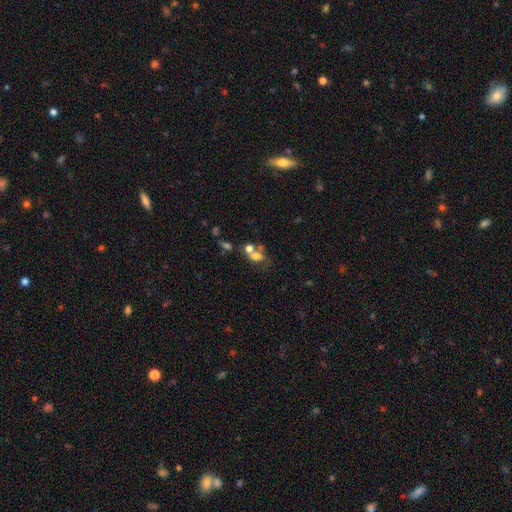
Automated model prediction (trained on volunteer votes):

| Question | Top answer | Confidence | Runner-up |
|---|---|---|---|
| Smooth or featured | smooth | 63% | featured or disk (23%) |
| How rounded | in between | 60% | round (38%) |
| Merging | merger | 52% | none (28%) |